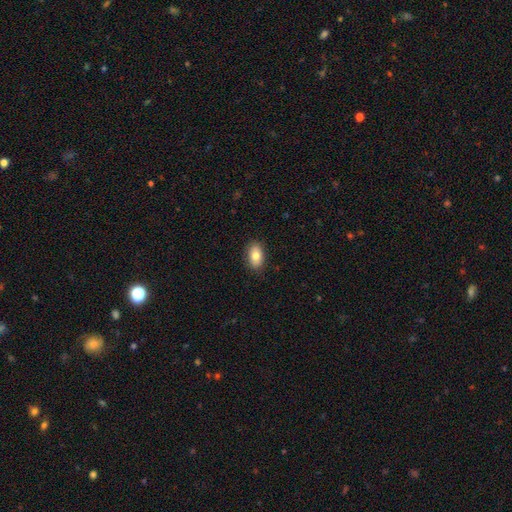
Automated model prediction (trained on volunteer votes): Smooth or featured?
  - smooth: 81% *
  - featured or disk: 12%
  - star or artifact: 7%
How rounded?
  - in between: 90% *
  - round: 8%
  - cigar-shaped: 2%
Merging?
  - none: 88% *
  - minor disturbance: 9%
  - major disturbance: 2%
  - merger: 1%